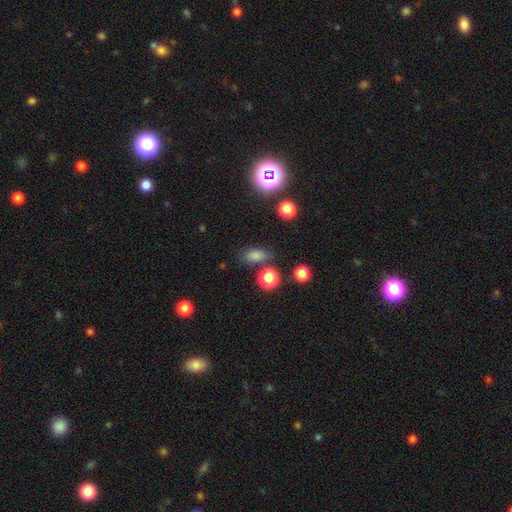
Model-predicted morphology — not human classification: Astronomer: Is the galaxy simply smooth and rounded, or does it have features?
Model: smooth — 78%.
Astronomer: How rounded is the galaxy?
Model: in between — 77%.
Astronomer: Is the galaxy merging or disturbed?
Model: none — 76%.